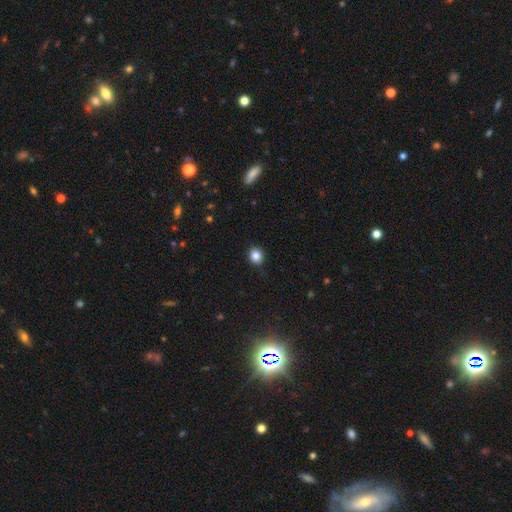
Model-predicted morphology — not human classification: This is clearly a smooth galaxy (85%). How rounded: likely round (79%). Merging: clearly none (86%).